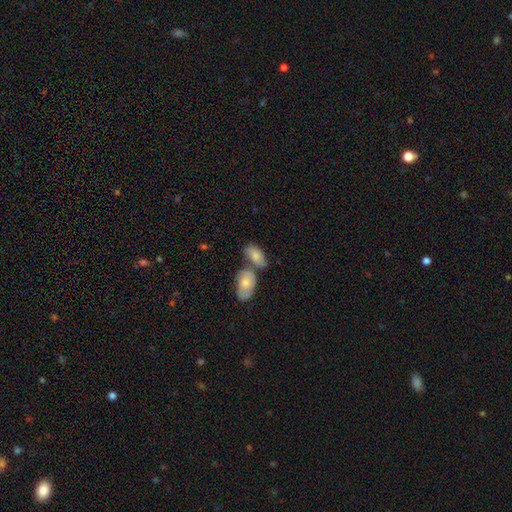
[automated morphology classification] smooth 78%, featured or disk 16%, star or artifact 6%. Down the decision tree: how rounded — in between (91%); merging — merger (42%).